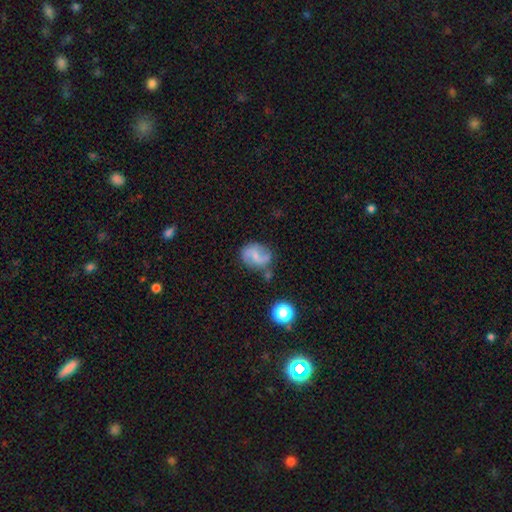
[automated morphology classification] Overall: featured or disk (61%; smooth 30%). Edge-on disk: no (97%). Bar: weak (49%; no 33%). Spiral arms: yes (88%). Spiral arm count: 2 (87%). Spiral winding: loose (50%; medium 38%). Bulge size: small (48%; none 29%). Merging: none (63%).